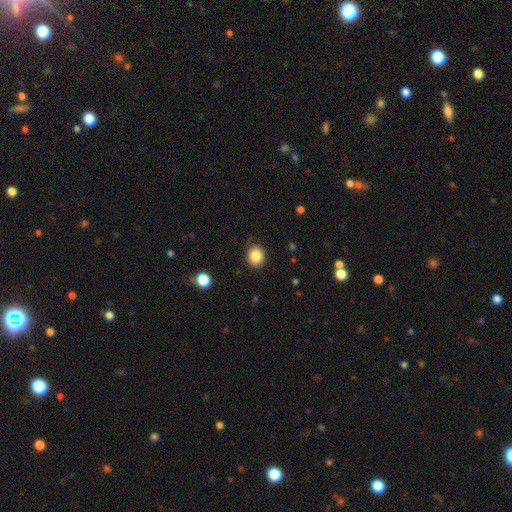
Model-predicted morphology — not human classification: The model was most divided on "how rounded": round: 72%, in between: 28%, cigar-shaped: 1%. More confident: merging — none (86%); smooth or featured — smooth (84%).